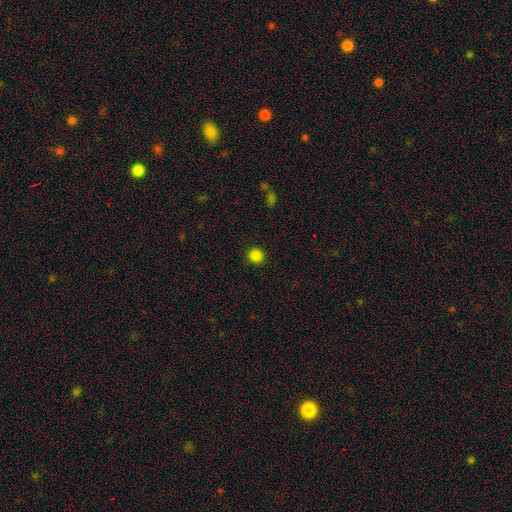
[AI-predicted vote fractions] This is clearly a smooth galaxy (84%). How rounded: clearly round (93%). Merging: clearly none (91%).